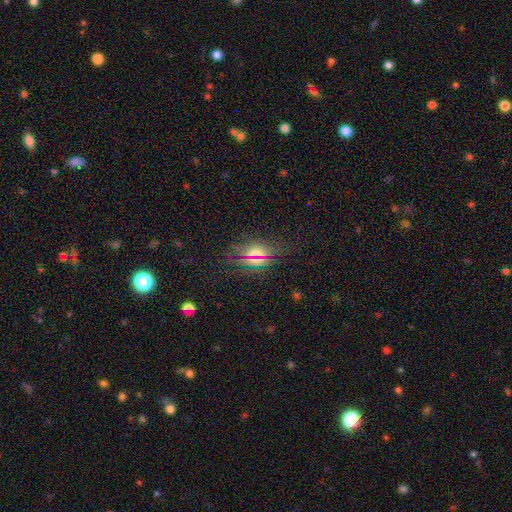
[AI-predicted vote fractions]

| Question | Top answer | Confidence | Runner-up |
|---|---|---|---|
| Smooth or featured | smooth | 55% | star or artifact (31%) |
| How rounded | in between | 66% | round (30%) |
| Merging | none | 75% | minor disturbance (15%) |